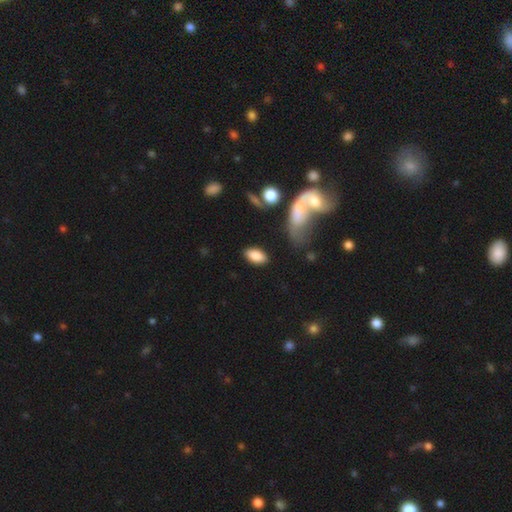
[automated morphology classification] Overall: smooth (84%). How rounded: in between (91%). Merging: none (83%).